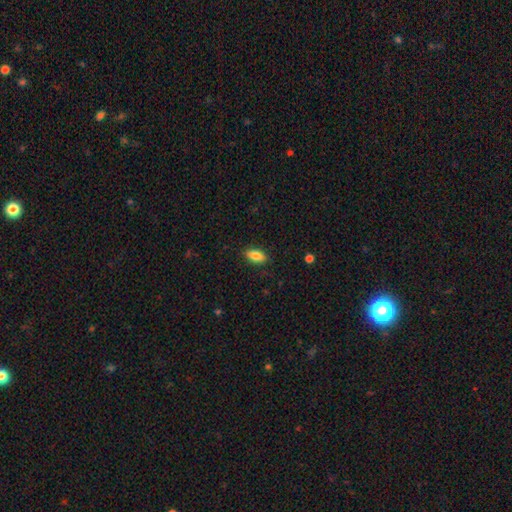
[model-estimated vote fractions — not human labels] The model was most divided on "smooth or featured": smooth: 82%, featured or disk: 11%, star or artifact: 7%. More confident: merging — none (86%); how rounded — in between (85%).